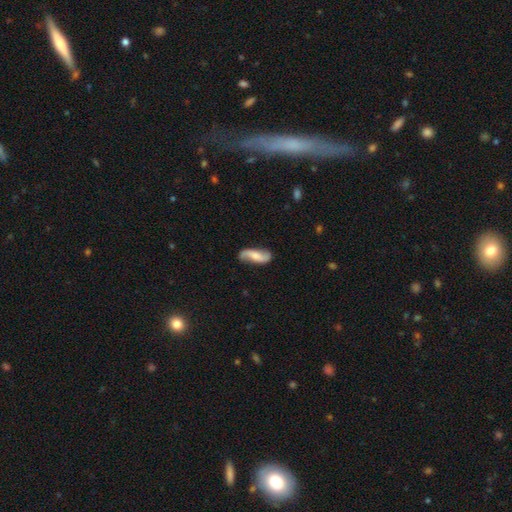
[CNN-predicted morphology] smooth-or-featured: featured or disk: 63% | smooth: 31% | star or artifact: 6%
  disk-edge-on: no: 92% | yes: 8%
    bar: no: 49% | weak: 34% | strong: 17%
    has-spiral-arms: yes: 93% | no: 7%
      spiral-winding: loose: 72% | medium: 20% | tight: 8%
      spiral-arm-count: 2: 91% | can't tell: 4% | 1: 3% | 3: 1% | 4: 1% | more than 4: 1%
    bulge-size: small: 39% | moderate: 38% | none: 15% | large: 7% | dominant: 2%
  merging: none: 76% | minor disturbance: 17% | major disturbance: 5% | merger: 2%